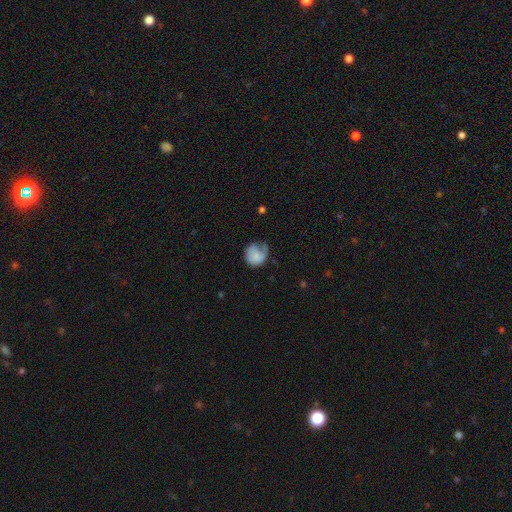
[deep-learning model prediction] A smooth galaxy with no disk features (64%) that is round (74%). Merging: none (38%).